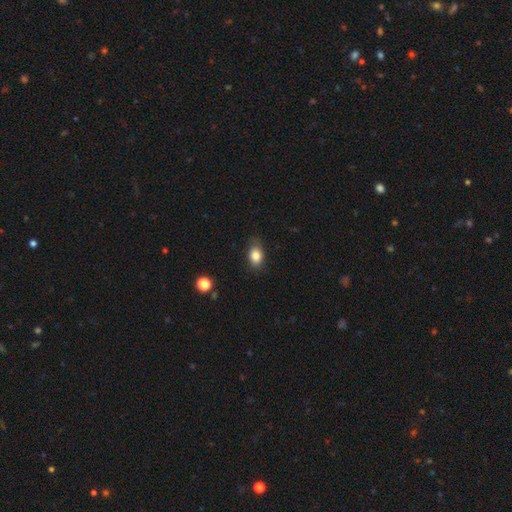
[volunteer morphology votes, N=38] smooth_or_featured: smooth (p=0.89) [alt: star or artifact p=0.08]
how_rounded: in between (p=0.85) [alt: round p=0.09]
merging: none (p=0.89) [alt: minor disturbance p=0.11]